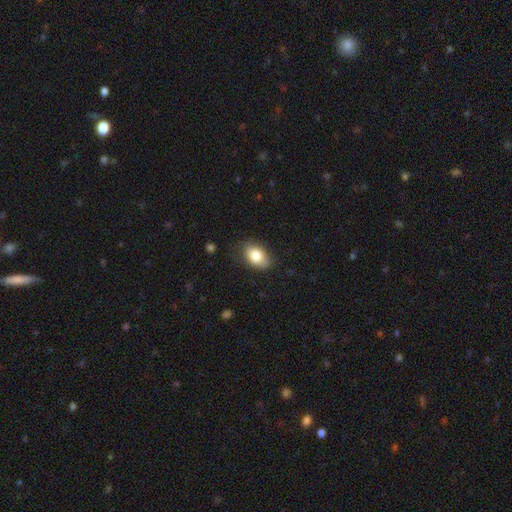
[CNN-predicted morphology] Smooth or featured? smooth (82%)
How rounded? in between (84%)
Merging? none (76%)